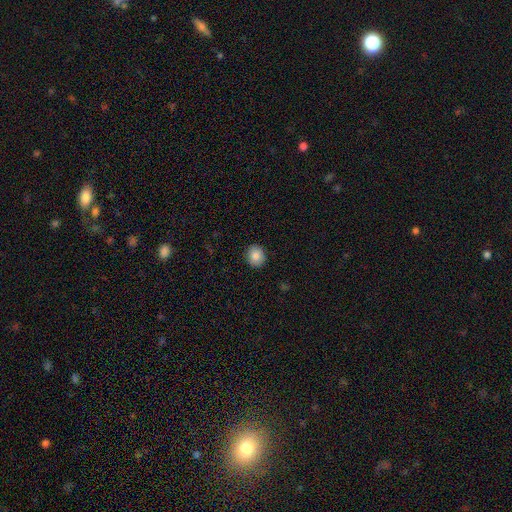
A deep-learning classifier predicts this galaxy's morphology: Smooth or featured? smooth (84%)
How rounded? round (70%)
Merging? none (90%)